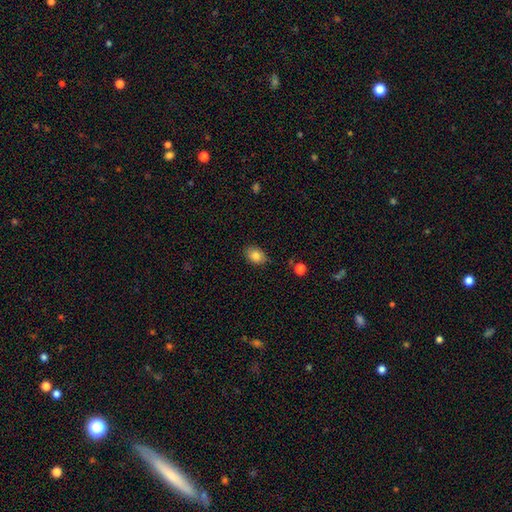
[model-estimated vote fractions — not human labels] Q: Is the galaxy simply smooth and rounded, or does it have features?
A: smooth — 83%.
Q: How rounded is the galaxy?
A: in between — 72%.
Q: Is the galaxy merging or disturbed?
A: none — 79%.